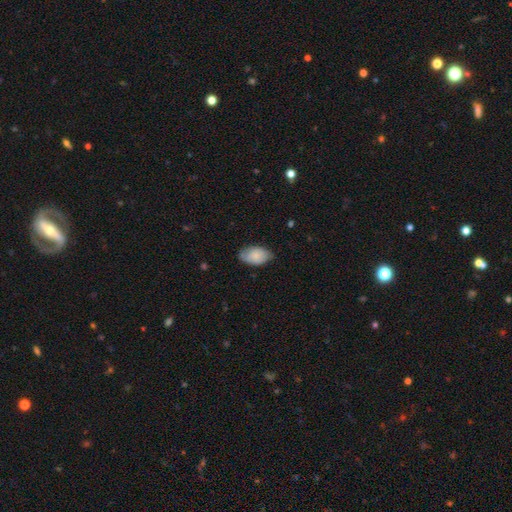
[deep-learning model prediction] Smooth or featured: smooth — 79% (featured or disk — 14%)
How rounded: in between — 93% (round — 5%)
Merging: none — 72% (minor disturbance — 23%)